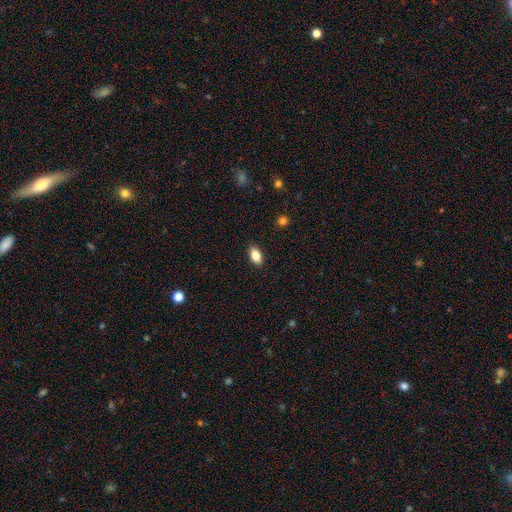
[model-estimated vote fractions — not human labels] This is clearly a smooth galaxy (83%). How rounded: clearly in between (90%). Merging: clearly none (89%).